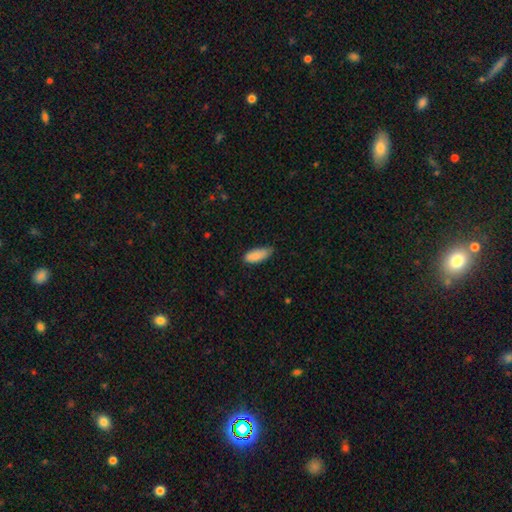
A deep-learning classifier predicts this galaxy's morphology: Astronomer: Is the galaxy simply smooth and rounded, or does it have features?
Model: smooth — 87%.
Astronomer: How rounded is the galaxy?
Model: in between — 80%.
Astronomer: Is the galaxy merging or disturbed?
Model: none — 56% (runner-up: minor disturbance, 37%).